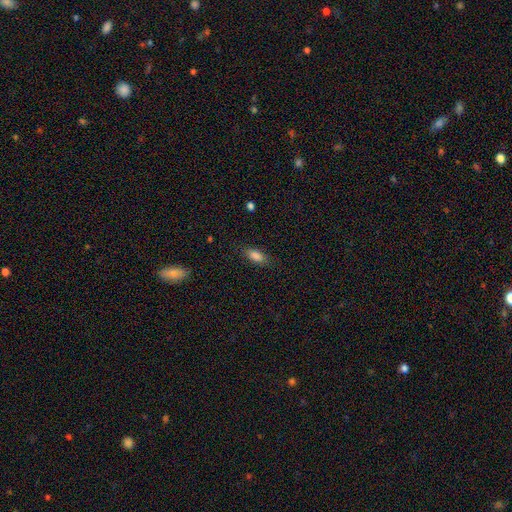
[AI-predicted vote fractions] smooth 84%, star or artifact 9%, featured or disk 7%. Down the decision tree: how rounded — in between (81%); merging — none (82%).